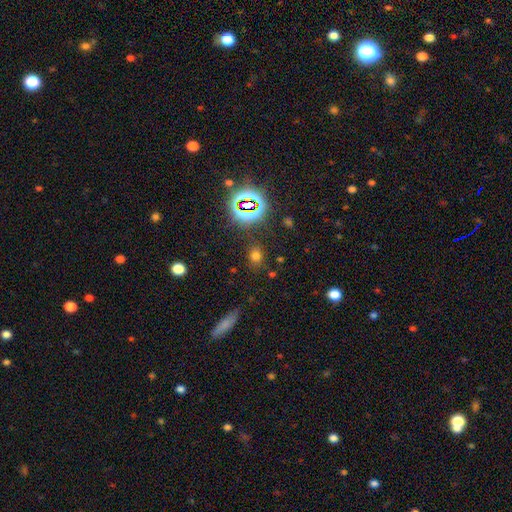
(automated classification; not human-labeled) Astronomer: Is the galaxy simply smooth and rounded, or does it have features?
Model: smooth — 61%.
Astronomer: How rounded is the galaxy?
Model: round — 53% (runner-up: in between, 45%).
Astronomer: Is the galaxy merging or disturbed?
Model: none — 81%.